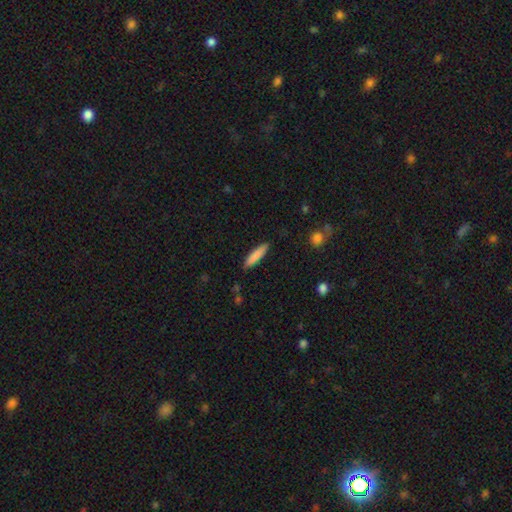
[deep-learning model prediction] This is clearly a smooth galaxy (83%). How rounded: clearly cigar-shaped (84%). Merging: clearly none (88%).